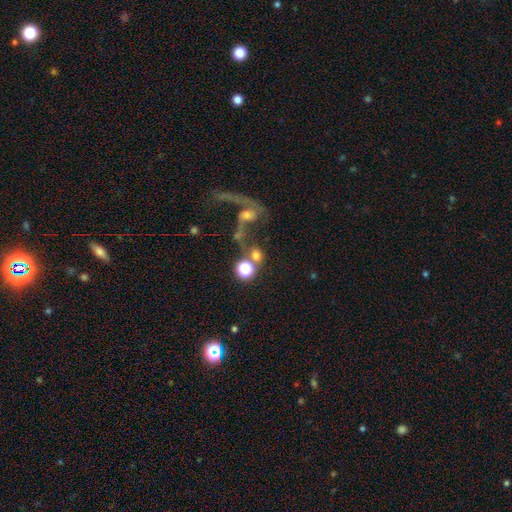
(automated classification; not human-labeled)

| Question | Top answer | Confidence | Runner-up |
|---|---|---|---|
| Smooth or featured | smooth | 62% | featured or disk (19%) |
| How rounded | round | 78% | in between (20%) |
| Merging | none | 41% | merger (37%) |